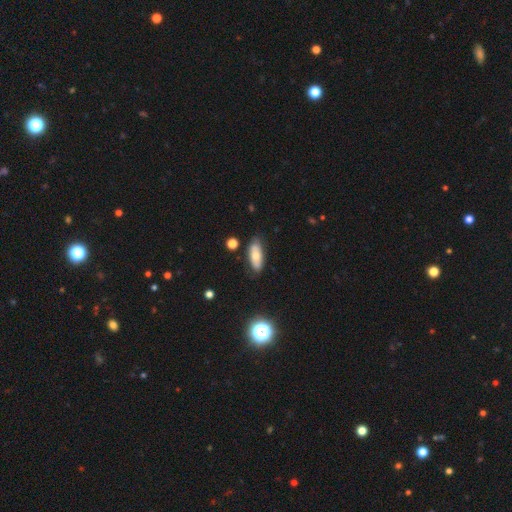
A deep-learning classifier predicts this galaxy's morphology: A smooth galaxy with no disk features (63%) that is in between round and cigar-shaped (76%). Merging: none (79%).